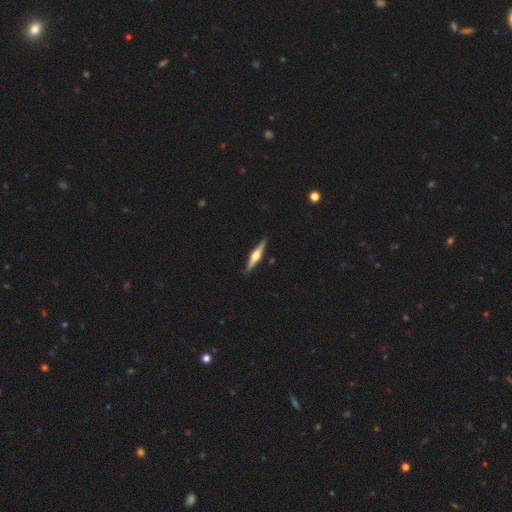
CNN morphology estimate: Q: Smooth or featured?
A: featured or disk (71%); runner-up: smooth (24%)
Q: Edge-on disk?
A: yes (98%); runner-up: no (2%)
Q: Edge-on bulge?
A: rounded (92%); runner-up: boxy (6%)
Q: Merging?
A: none (90%); runner-up: minor disturbance (7%)